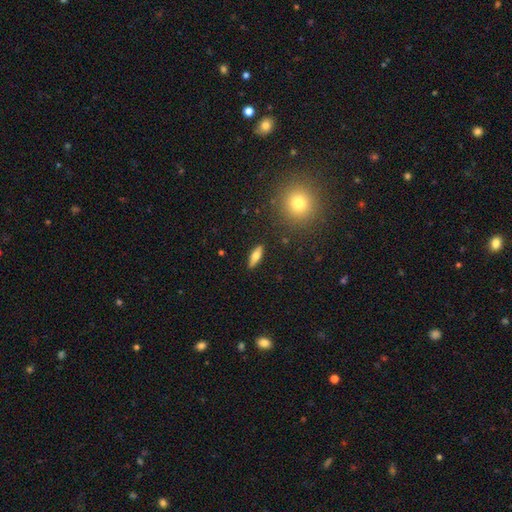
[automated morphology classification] type=smooth (60%); roundness=in between (54%); merging=none (88%).